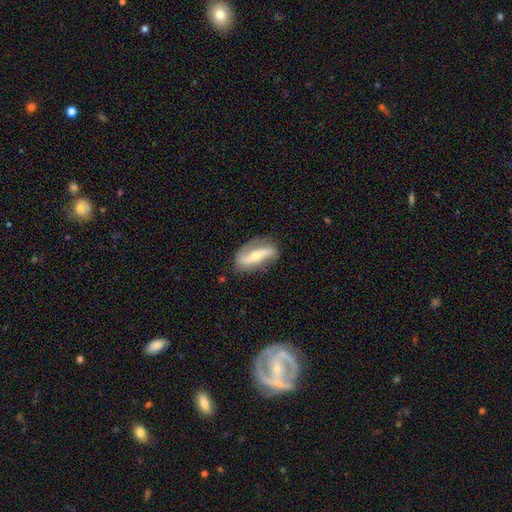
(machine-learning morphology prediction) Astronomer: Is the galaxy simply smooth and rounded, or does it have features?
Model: featured or disk — 74%.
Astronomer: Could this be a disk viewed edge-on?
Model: no — 84%.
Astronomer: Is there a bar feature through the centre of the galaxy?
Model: strong — 54%.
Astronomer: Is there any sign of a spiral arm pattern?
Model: yes — 83%.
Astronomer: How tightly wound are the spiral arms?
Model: loose — 61%.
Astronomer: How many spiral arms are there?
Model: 2 — 86%.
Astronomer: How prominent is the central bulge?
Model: moderate — 48% (runner-up: small, 47%).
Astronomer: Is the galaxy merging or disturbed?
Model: none — 77%.